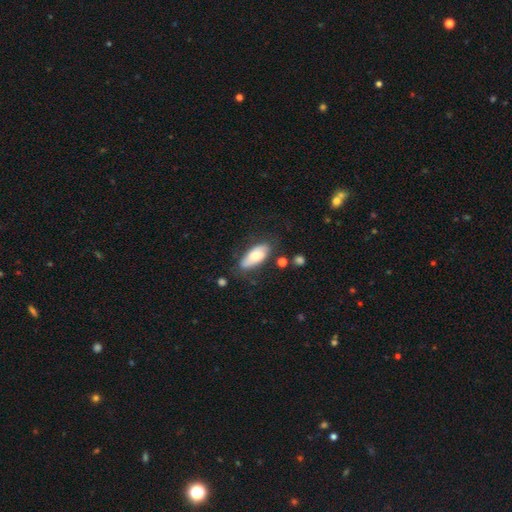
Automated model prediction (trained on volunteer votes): Q: Smooth or featured?
A: smooth (68%); runner-up: featured or disk (26%)
Q: How rounded?
A: in between (84%); runner-up: cigar-shaped (14%)
Q: Merging?
A: none (67%); runner-up: minor disturbance (23%)